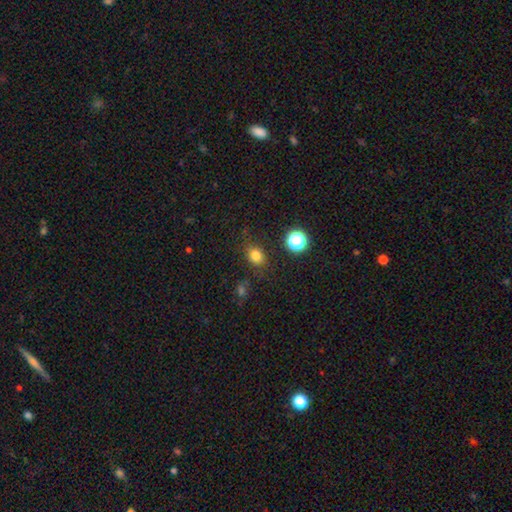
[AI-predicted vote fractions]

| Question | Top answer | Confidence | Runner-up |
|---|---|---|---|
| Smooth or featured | smooth | 79% | star or artifact (15%) |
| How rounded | round | 52% | in between (47%) |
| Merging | none | 82% | minor disturbance (12%) |